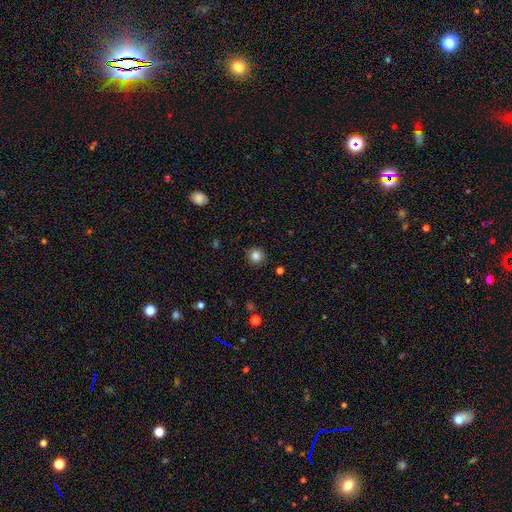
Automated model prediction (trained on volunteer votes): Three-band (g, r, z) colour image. It shows a smooth galaxy with no disk features (84%) that is round (95%). Merging: none (90%).